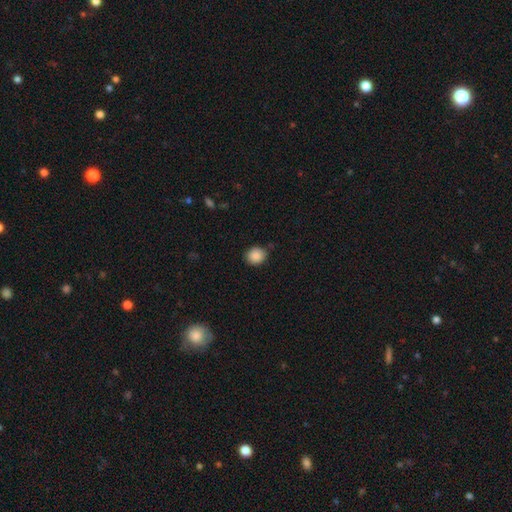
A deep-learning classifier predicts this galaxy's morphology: The model was most divided on "how rounded": round: 76%, in between: 23%, cigar-shaped: 1%. More confident: smooth or featured — smooth (88%); merging — none (81%).